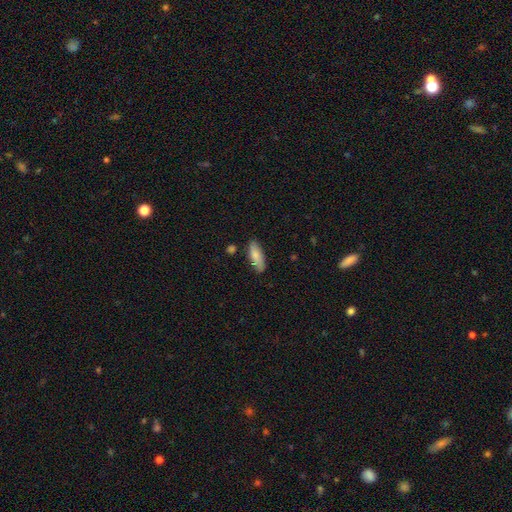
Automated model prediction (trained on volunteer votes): A smooth galaxy with no disk features (81%) that is in between round and cigar-shaped (71%).

Vote fractions:
- Smooth or featured? smooth: 81% / featured or disk: 13% / star or artifact: 6%
- How rounded? in between: 71% / cigar-shaped: 28% / round: 2%
- Merging? none: 79% / minor disturbance: 15% / major disturbance: 3% / merger: 3%